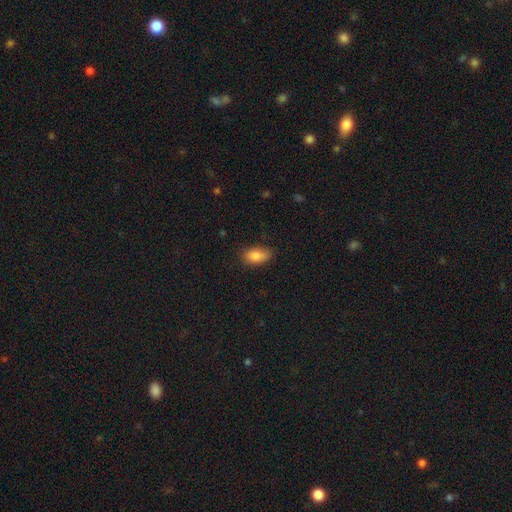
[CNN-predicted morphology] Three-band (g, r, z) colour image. It shows a smooth galaxy with no disk features (84%) that is in between round and cigar-shaped (89%). Merging: none (76%).